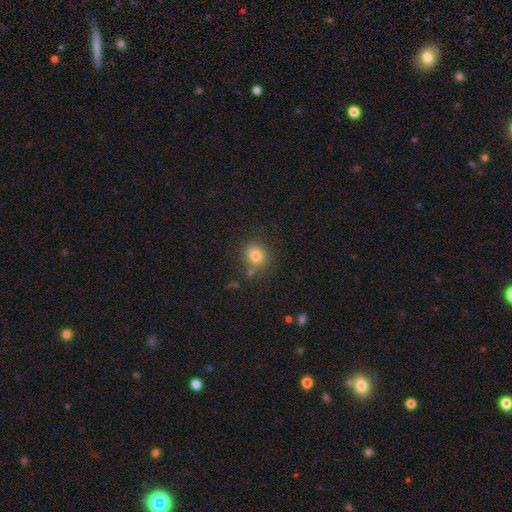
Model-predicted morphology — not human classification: smooth 80%, star or artifact 12%, featured or disk 8%. Down the decision tree: how rounded — round (75%); merging — none (75%).